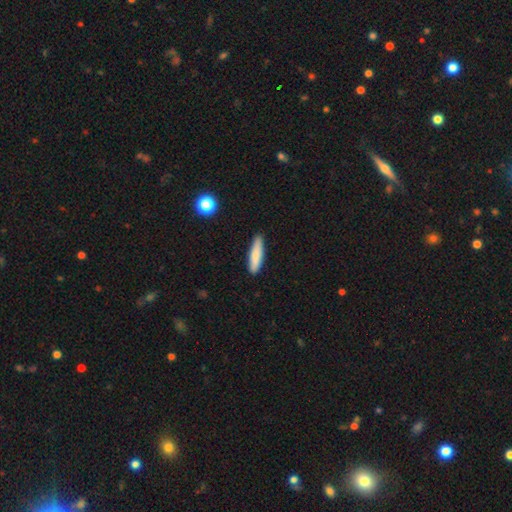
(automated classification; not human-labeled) Smooth or featured: smooth — 82% (featured or disk — 12%)
How rounded: cigar-shaped — 80% (in between — 19%)
Merging: none — 88% (minor disturbance — 9%)